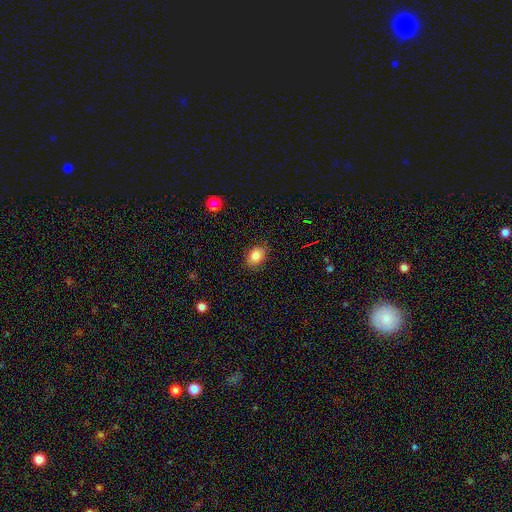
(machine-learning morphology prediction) Overall: smooth (84%). How rounded: in between (70%). Merging: none (83%).